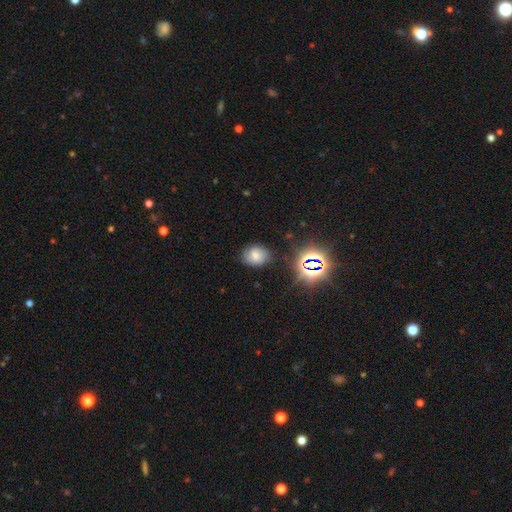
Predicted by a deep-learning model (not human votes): A smooth galaxy with no disk features (70%) that is round (50%).

Vote fractions:
- Smooth or featured? smooth: 70% / star or artifact: 19% / featured or disk: 12%
- How rounded? round: 50% / in between: 49% / cigar-shaped: 1%
- Merging? none: 76% / minor disturbance: 17% / major disturbance: 5% / merger: 2%